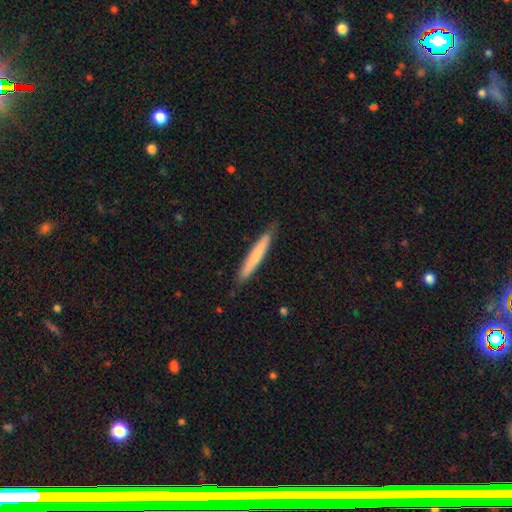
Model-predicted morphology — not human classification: This appears to be a smooth galaxy with no disk features (70%) that is cigar-shaped (96%). Merging: none (85%).